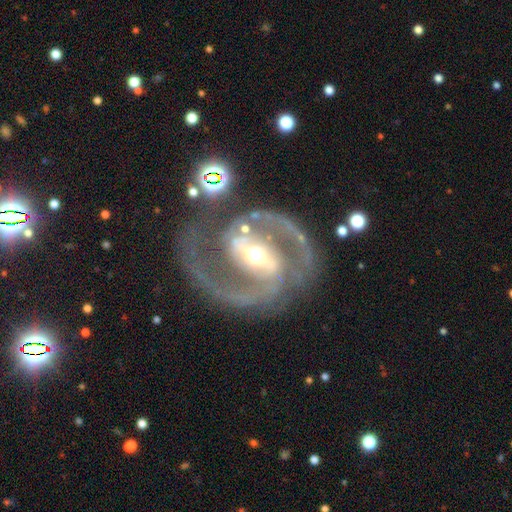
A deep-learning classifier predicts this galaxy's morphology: Q: Smooth or featured?
A: featured or disk (92%); runner-up: star or artifact (5%)
Q: Edge-on disk?
A: no (98%); runner-up: yes (2%)
Q: Bar?
A: strong (55%); runner-up: weak (33%)
Q: Spiral arms?
A: yes (97%); runner-up: no (3%)
Q: Spiral winding?
A: medium (62%); runner-up: tight (23%)
Q: Spiral arm count?
A: 2 (92%); runner-up: can't tell (2%)
Q: Bulge size?
A: moderate (68%); runner-up: small (22%)
Q: Merging?
A: none (70%); runner-up: minor disturbance (15%)